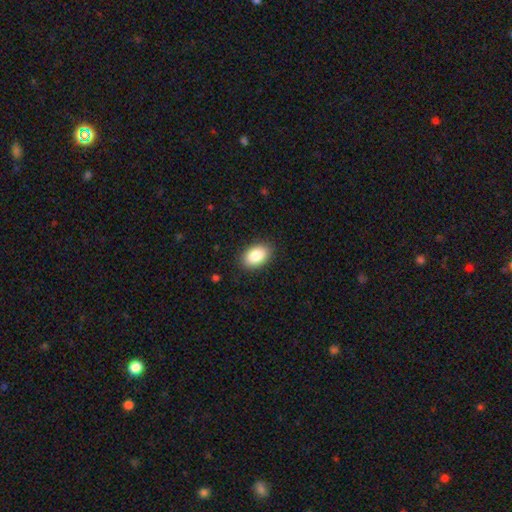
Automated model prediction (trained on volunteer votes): Smooth or featured? Predicted: smooth (p=0.87). How rounded? Predicted: in between (p=0.91). Merging? Predicted: none (p=0.88).